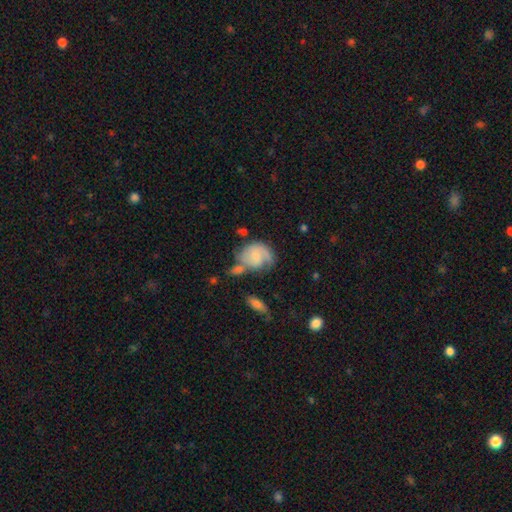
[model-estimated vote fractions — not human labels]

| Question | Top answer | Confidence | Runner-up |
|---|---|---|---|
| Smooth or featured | featured or disk | 56% | smooth (37%) |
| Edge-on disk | no | 97% | yes (3%) |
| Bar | no | 68% | weak (28%) |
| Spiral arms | yes | 86% | no (14%) |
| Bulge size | small | 56% | moderate (23%) |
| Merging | none | 42% | minor disturbance (24%) |